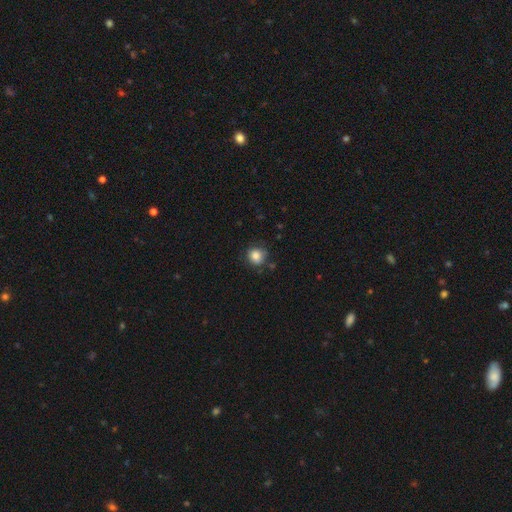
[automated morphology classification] The model was most divided on "merging": none: 75%, minor disturbance: 17%, major disturbance: 5%, merger: 3%. More confident: how rounded — round (87%); smooth or featured — smooth (84%).